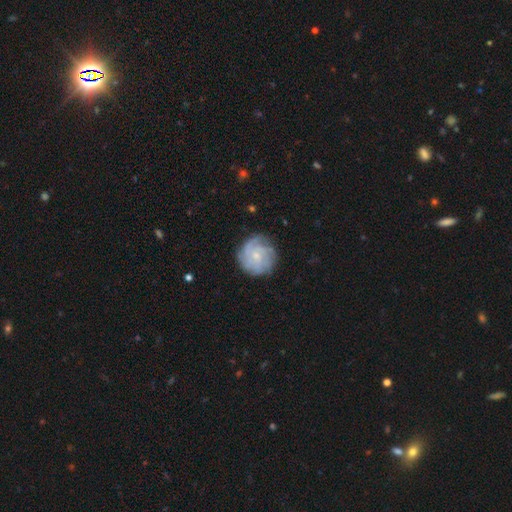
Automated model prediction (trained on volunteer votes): Overall: featured or disk (68%). Edge-on disk: no (98%). Bar: no (72%). Spiral arms: yes (91%). Spiral arm count: can't tell (42%; 3 17%). Spiral winding: tight (63%; medium 27%). Bulge size: small (70%). Merging: none (78%).